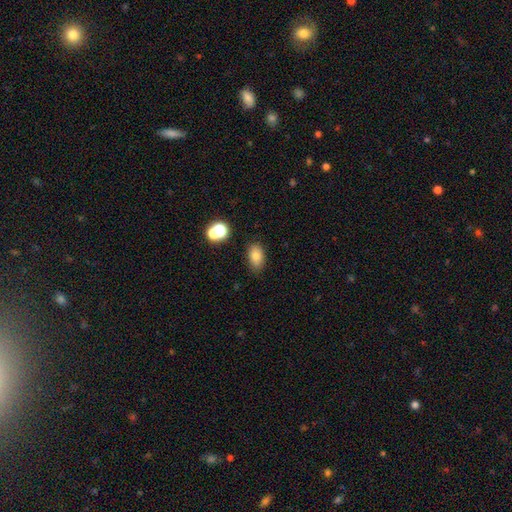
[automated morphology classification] A smooth galaxy with no disk features (79%) that is in between round and cigar-shaped (88%).

Vote fractions:
- Smooth or featured? smooth: 79% / star or artifact: 11% / featured or disk: 10%
- How rounded? in between: 88% / round: 9% / cigar-shaped: 2%
- Merging? none: 80% / minor disturbance: 12% / merger: 4% / major disturbance: 3%